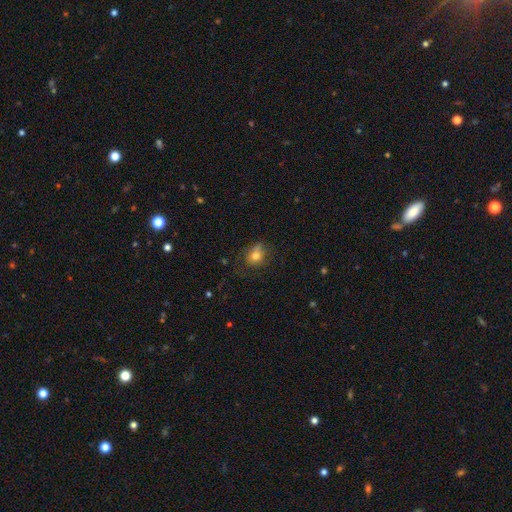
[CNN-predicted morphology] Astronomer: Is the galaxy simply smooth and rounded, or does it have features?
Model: smooth — 74%.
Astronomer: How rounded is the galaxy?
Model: round — 58% (runner-up: in between, 41%).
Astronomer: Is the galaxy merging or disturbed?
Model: none — 55%.